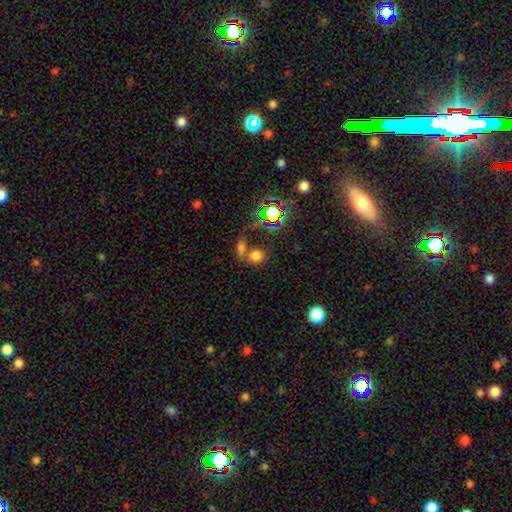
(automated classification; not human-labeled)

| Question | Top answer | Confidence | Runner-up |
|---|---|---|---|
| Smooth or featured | smooth | 71% | star or artifact (22%) |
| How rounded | round | 70% | in between (28%) |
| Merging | none | 48% | merger (38%) |